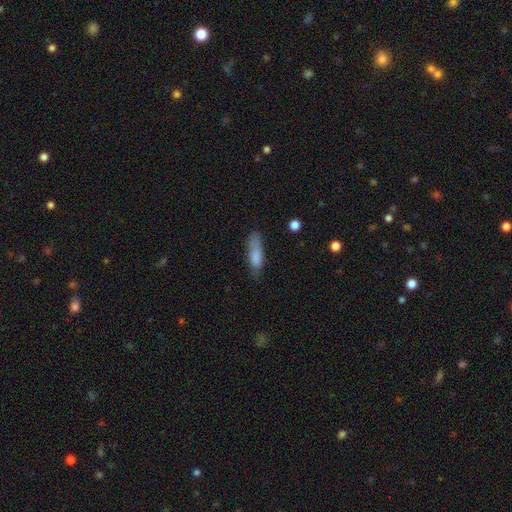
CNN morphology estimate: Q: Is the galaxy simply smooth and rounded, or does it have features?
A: smooth — 81%.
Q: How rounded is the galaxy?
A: in between — 50%.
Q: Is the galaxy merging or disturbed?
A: none — 62%.